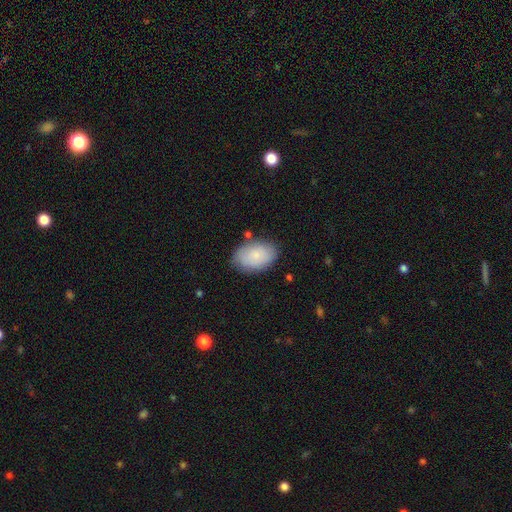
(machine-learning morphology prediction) smooth-or-featured: smooth: 81% | featured or disk: 13% | star or artifact: 6%
  how-rounded: in between: 90% | round: 9% | cigar-shaped: 1%
  merging: none: 78% | minor disturbance: 16% | major disturbance: 4% | merger: 2%